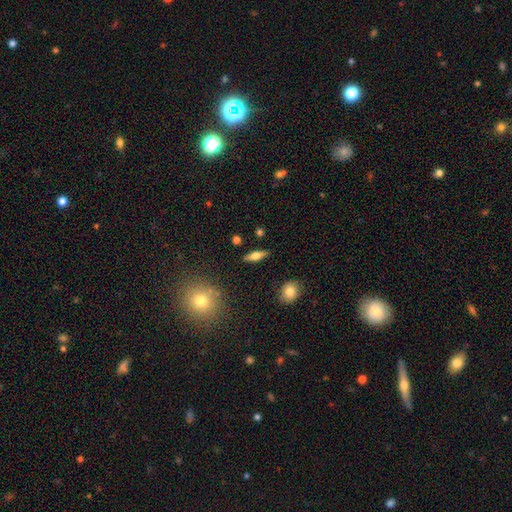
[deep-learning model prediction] Smooth or featured? smooth (47%)
Merging? none (87%)